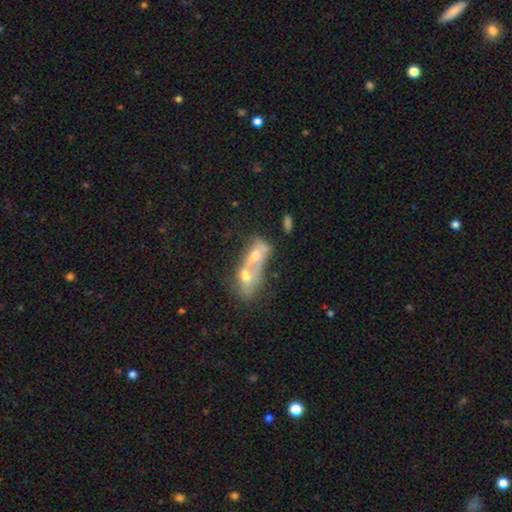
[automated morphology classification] Smooth or featured: smooth — 52% (featured or disk — 38%)
How rounded: in between — 77% (cigar-shaped — 12%)
Merging: merger — 79% (none — 9%)